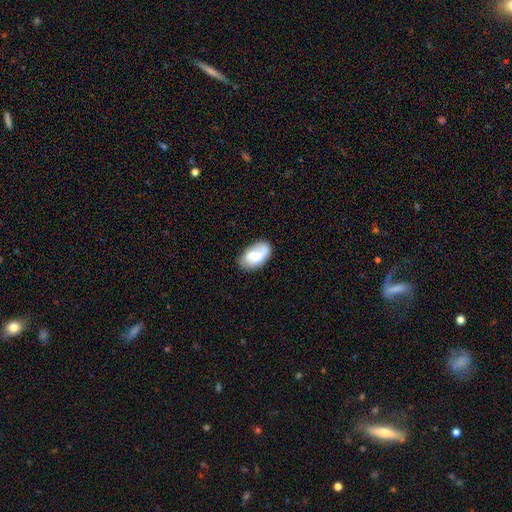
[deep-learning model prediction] Overall: smooth (64%; featured or disk 29%). How rounded: in between (93%). Merging: none (68%).